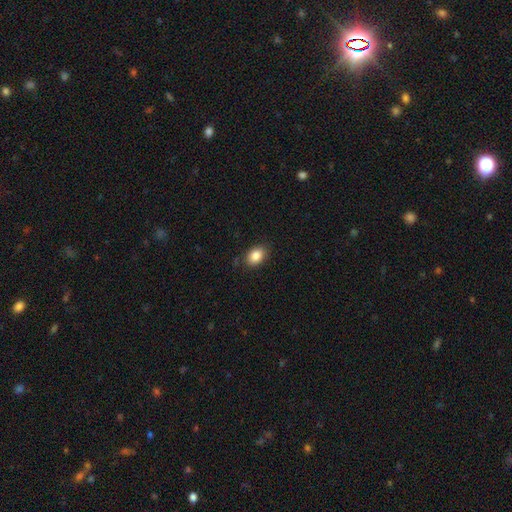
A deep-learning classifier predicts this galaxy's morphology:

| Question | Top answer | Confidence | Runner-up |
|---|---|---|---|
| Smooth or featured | smooth | 86% | star or artifact (8%) |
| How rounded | in between | 80% | round (19%) |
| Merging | none | 83% | minor disturbance (13%) |